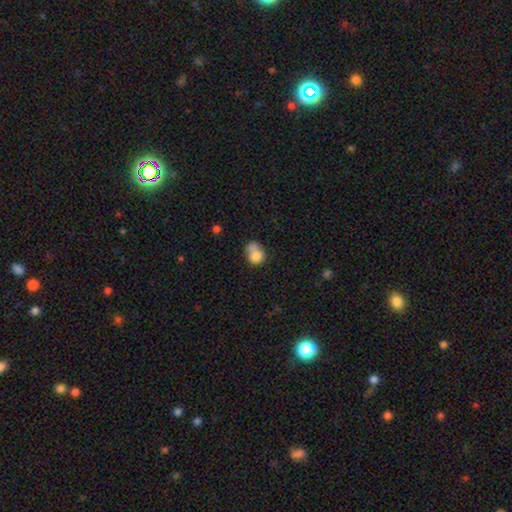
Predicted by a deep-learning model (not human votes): A smooth galaxy with no disk features (77%) that is round (55%).

Vote fractions:
- Smooth or featured? smooth: 77% / featured or disk: 14% / star or artifact: 10%
- How rounded? round: 55% / in between: 44% / cigar-shaped: 1%
- Merging? merger: 46% / none: 28% / minor disturbance: 16% / major disturbance: 10%